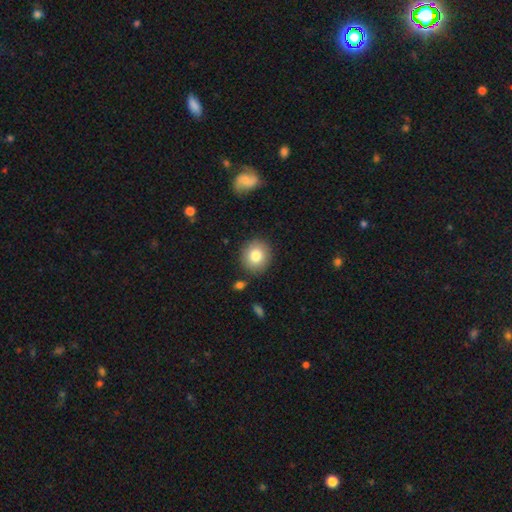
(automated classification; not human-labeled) Morphology: type=smooth (80%); roundness=round (84%); merging=none (86%).